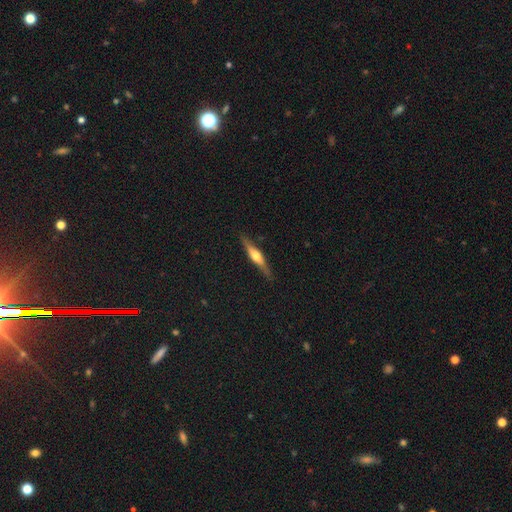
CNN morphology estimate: Smooth or featured? Predicted: featured or disk (p=0.65). Edge-on disk? Predicted: yes (p=0.95). Edge-on bulge? Predicted: rounded (p=0.90). Merging? Predicted: none (p=0.85).